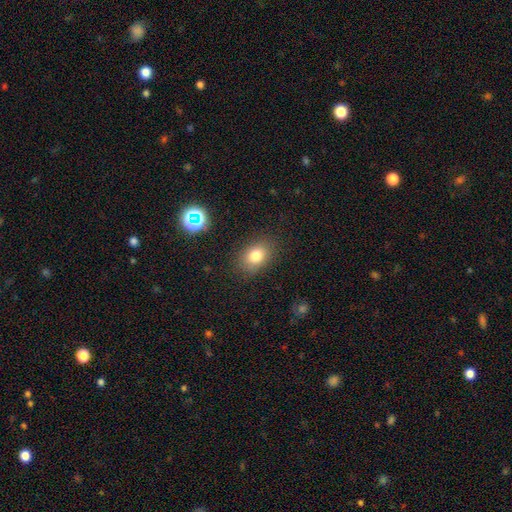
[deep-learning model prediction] Q: Smooth or featured?
A: smooth (79%); runner-up: star or artifact (12%)
Q: How rounded?
A: in between (71%); runner-up: round (28%)
Q: Merging?
A: none (84%); runner-up: minor disturbance (11%)